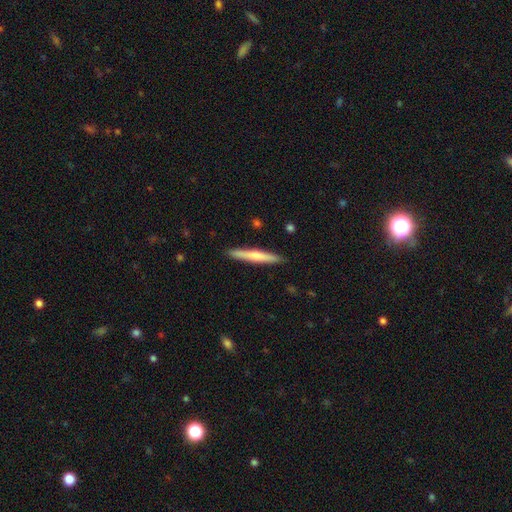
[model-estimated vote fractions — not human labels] Q: Smooth or featured?
A: smooth (57%); runner-up: featured or disk (38%)
Q: How rounded?
A: cigar-shaped (95%); runner-up: in between (4%)
Q: Merging?
A: none (90%); runner-up: minor disturbance (7%)